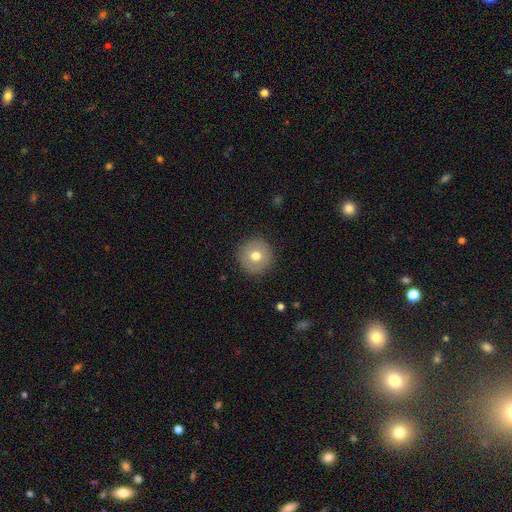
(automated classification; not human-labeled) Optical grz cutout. It shows a smooth galaxy with no disk features (72%) that is round (96%). Merging: none (91%).